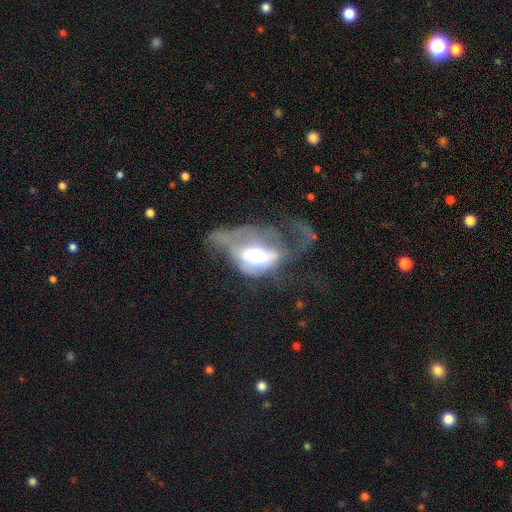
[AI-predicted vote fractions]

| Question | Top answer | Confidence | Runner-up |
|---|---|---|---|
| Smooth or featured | featured or disk | 55% | smooth (35%) |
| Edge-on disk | no | 89% | yes (11%) |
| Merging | major disturbance | 64% | merger (15%) |